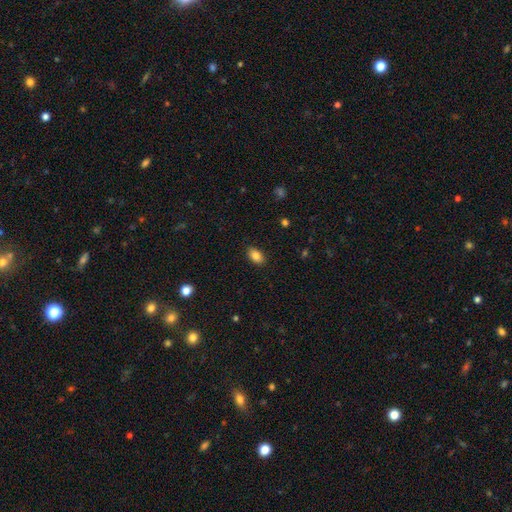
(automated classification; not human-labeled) Overall: smooth (86%). How rounded: in between (90%). Merging: none (88%).